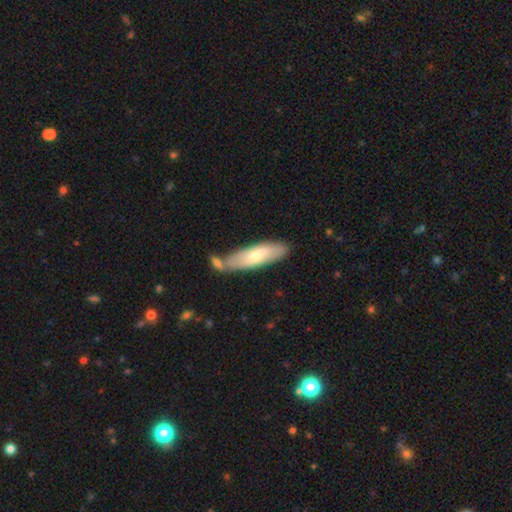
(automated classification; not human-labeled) Smooth or featured: smooth — 69% (featured or disk — 26%)
How rounded: cigar-shaped — 57% (in between — 41%)
Merging: none — 64% (merger — 16%)